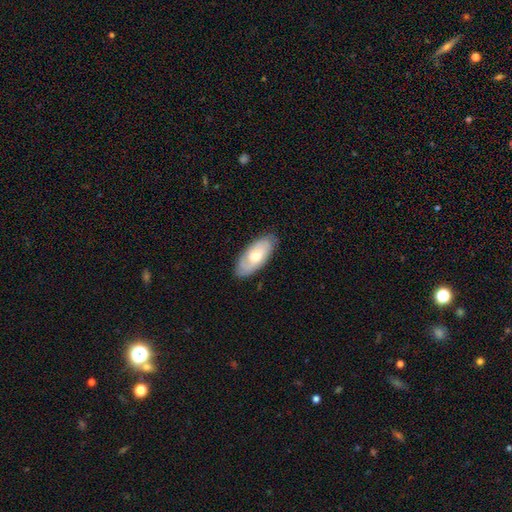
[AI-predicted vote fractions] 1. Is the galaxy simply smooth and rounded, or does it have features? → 49% featured or disk, 46% smooth, 6% star or artifact.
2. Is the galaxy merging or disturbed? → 83% none, 14% minor disturbance, 3% major disturbance, 1% merger.